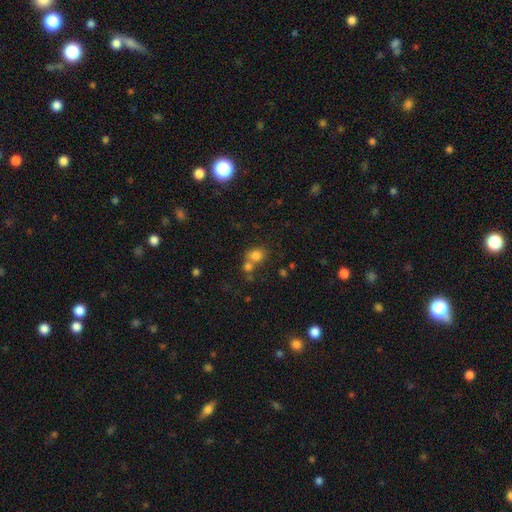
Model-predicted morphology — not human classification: smooth_or_featured: smooth (p=0.78) [alt: star or artifact p=0.13]
how_rounded: round (p=0.61) [alt: in between p=0.38]
merging: none (p=0.46) [alt: merger p=0.40]